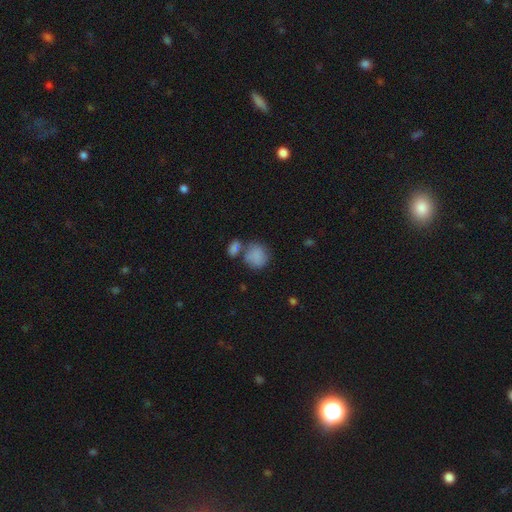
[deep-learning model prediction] Smooth or featured?
  - smooth: 83% *
  - star or artifact: 9%
  - featured or disk: 8%
How rounded?
  - round: 72% *
  - in between: 26%
  - cigar-shaped: 1%
Merging?
  - none: 48% *
  - merger: 28%
  - minor disturbance: 16%
  - major disturbance: 7%